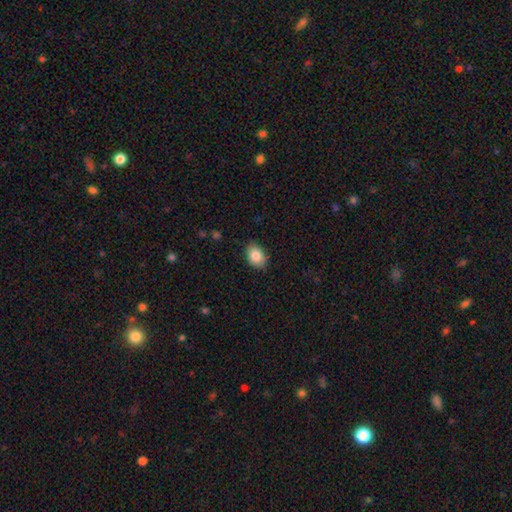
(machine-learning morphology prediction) smooth 84%, star or artifact 8%, featured or disk 8%. Down the decision tree: how rounded — in between (80%); merging — none (85%).